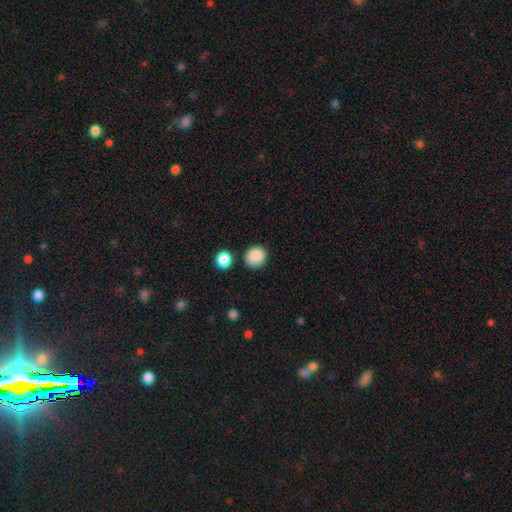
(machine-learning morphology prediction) smooth_or_featured: smooth (p=0.87) [alt: star or artifact p=0.09]
how_rounded: round (p=0.86) [alt: in between p=0.13]
merging: none (p=0.80) [alt: minor disturbance p=0.12]